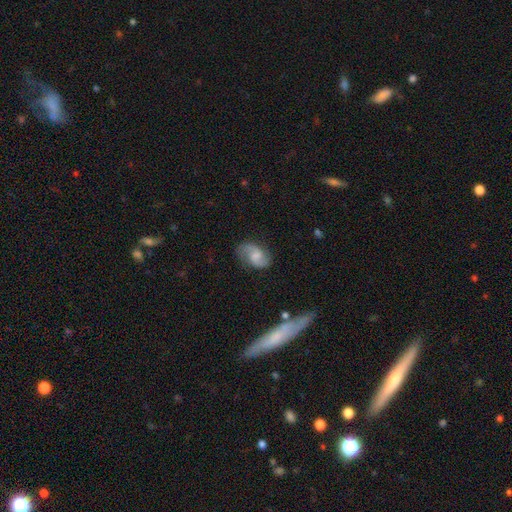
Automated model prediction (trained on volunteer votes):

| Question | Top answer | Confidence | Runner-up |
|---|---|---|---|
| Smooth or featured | featured or disk | 68% | smooth (25%) |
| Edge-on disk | no | 97% | yes (3%) |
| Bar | weak | 49% | no (42%) |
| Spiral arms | yes | 94% | no (6%) |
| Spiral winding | loose | 44% | medium (43%) |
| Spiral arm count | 2 | 89% | can't tell (5%) |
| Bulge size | none | 34% | moderate (29%) |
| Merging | none | 73% | minor disturbance (19%) |